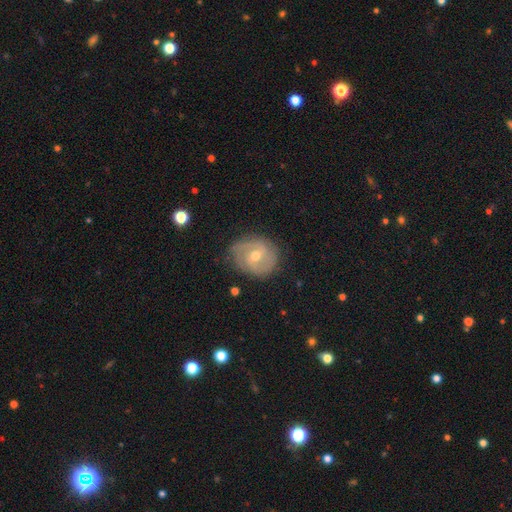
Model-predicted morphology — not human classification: Smooth or featured? featured or disk (71%)
Edge-on disk? no (97%)
Bar? no (50%)
Spiral arms? yes (85%)
Spiral winding? tight (53%)
Spiral arm count? 2 (51%)
Bulge size? moderate (57%)
Merging? none (73%)